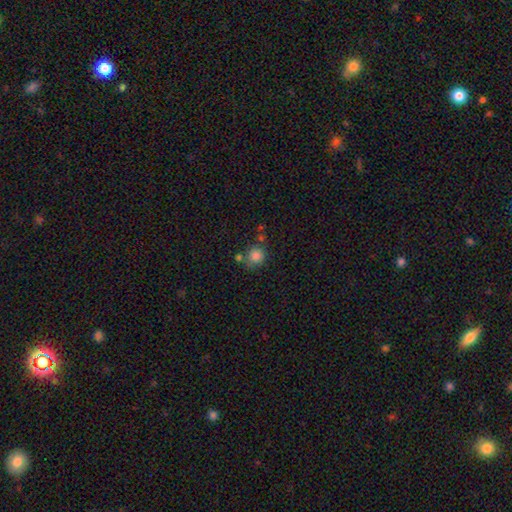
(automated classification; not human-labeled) This appears to be a smooth galaxy with no disk features (84%) that is round (88%). Merging: none (64%).